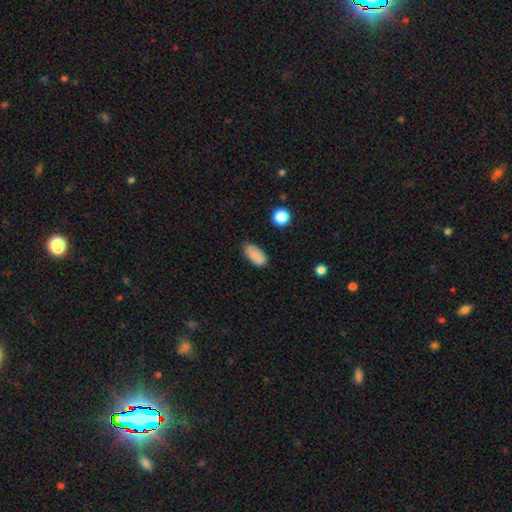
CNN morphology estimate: smooth 84%, star or artifact 8%, featured or disk 8%. Down the decision tree: how rounded — in between (91%); merging — none (77%).